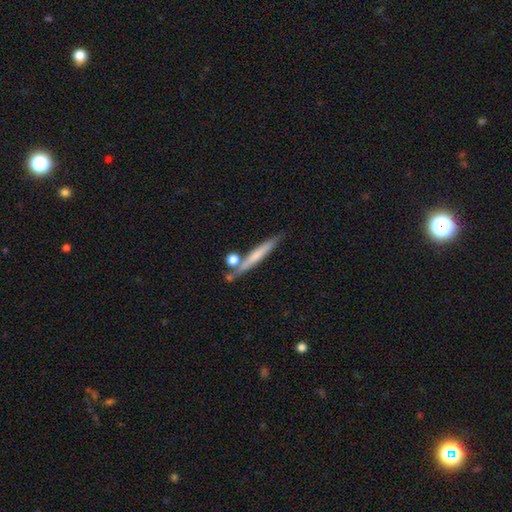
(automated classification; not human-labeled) smooth-or-featured: smooth: 52% | featured or disk: 40% | star or artifact: 7%
  how-rounded: cigar-shaped: 92% | in between: 5% | round: 3%
  merging: none: 72% | minor disturbance: 13% | merger: 11% | major disturbance: 4%